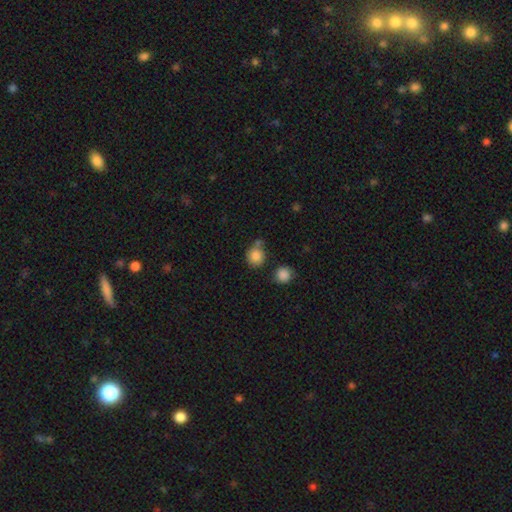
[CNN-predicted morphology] The model was most divided on "merging": none: 63%, merger: 17%, minor disturbance: 15%, major disturbance: 5%. More confident: how rounded — round (86%); smooth or featured — smooth (85%).